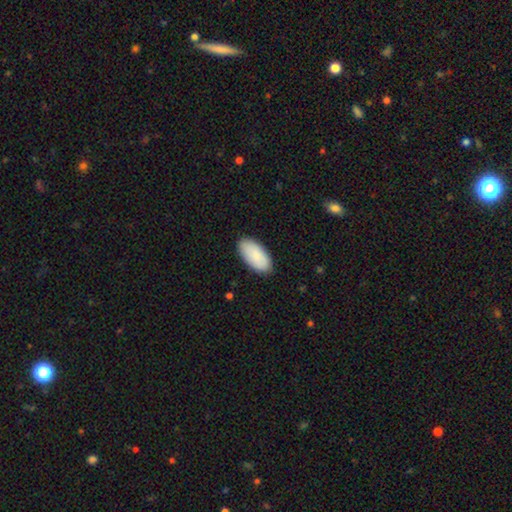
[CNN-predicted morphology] smooth_or_featured: smooth (p=0.87) [alt: featured or disk p=0.08]
how_rounded: in between (p=0.95) [alt: cigar-shaped p=0.03]
merging: none (p=0.88) [alt: minor disturbance p=0.09]